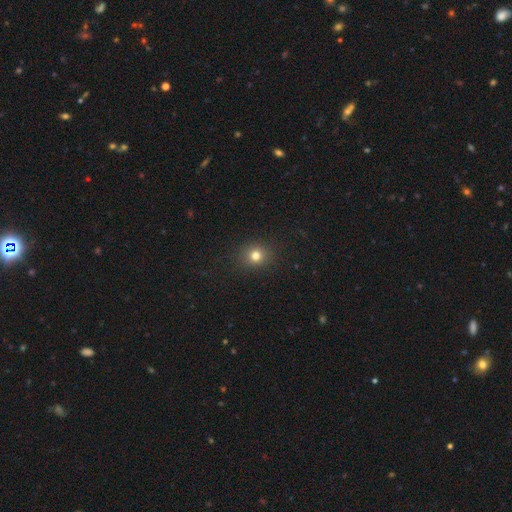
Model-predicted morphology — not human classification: A smooth galaxy with no disk features (78%) that is round (83%).

Vote fractions:
- Smooth or featured? smooth: 78% / star or artifact: 15% / featured or disk: 7%
- How rounded? round: 83% / in between: 16% / cigar-shaped: 1%
- Merging? none: 90% / minor disturbance: 7% / major disturbance: 3% / merger: 1%